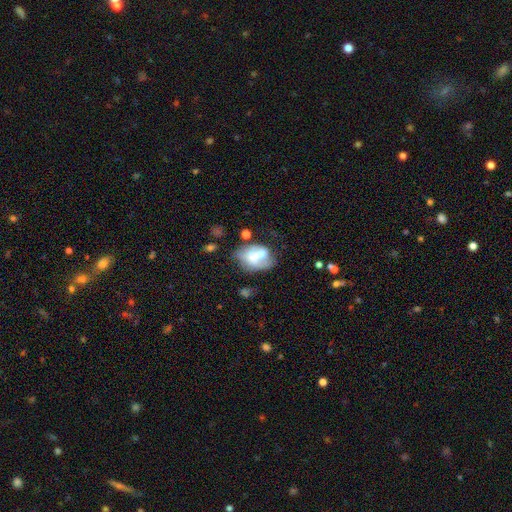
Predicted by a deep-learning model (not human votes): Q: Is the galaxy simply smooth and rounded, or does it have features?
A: smooth — 46%.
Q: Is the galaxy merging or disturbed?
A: none — 39%.